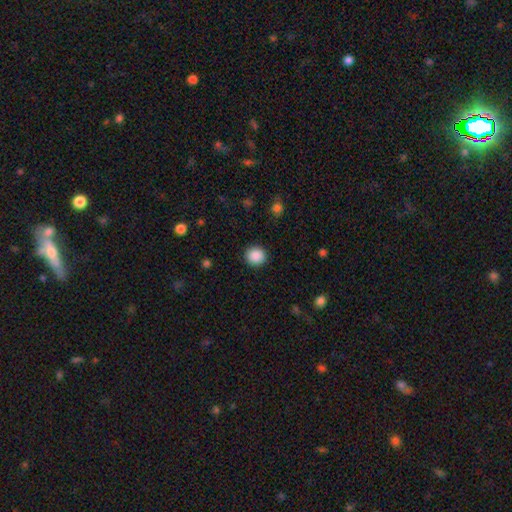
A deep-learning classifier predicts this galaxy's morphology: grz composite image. It shows a smooth galaxy with no disk features (89%) that is round (87%). Merging: none (91%).